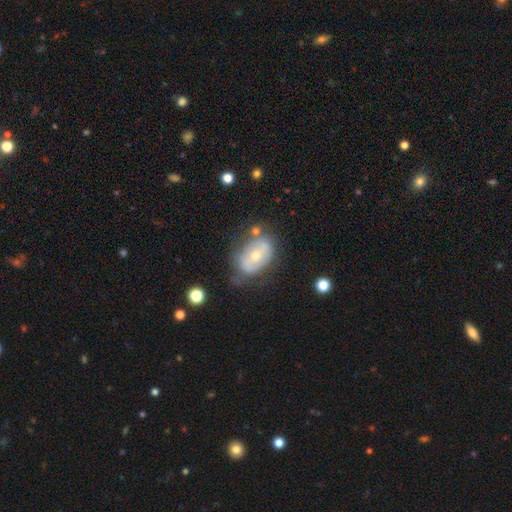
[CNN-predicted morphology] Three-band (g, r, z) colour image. It shows a featured or disk galaxy (51%). Merging: none (52%).